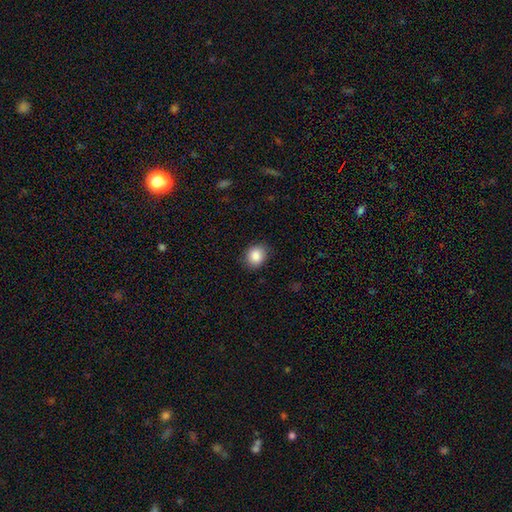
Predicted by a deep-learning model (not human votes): smooth 87%, star or artifact 9%, featured or disk 4%. Down the decision tree: how rounded — round (66%); merging — none (86%).